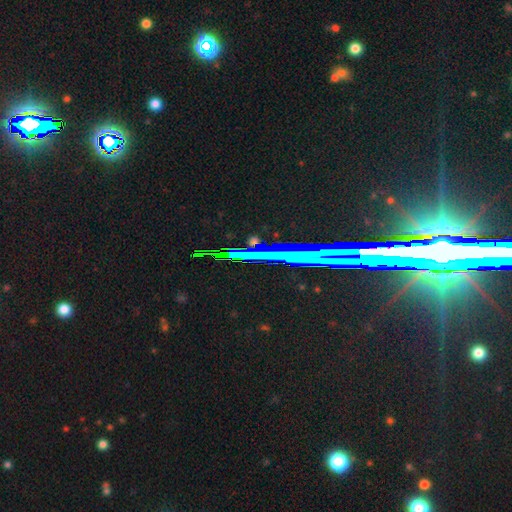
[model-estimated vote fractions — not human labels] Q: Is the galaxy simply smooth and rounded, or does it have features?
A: star or artifact — 66%.